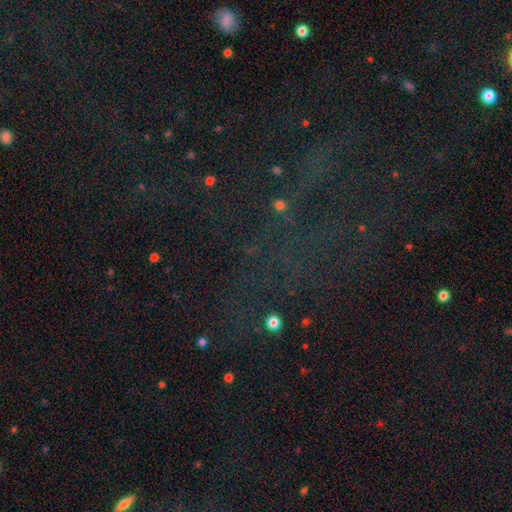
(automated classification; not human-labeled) Smooth or featured?
  - star or artifact: 71% *
  - smooth: 16%
  - featured or disk: 12%